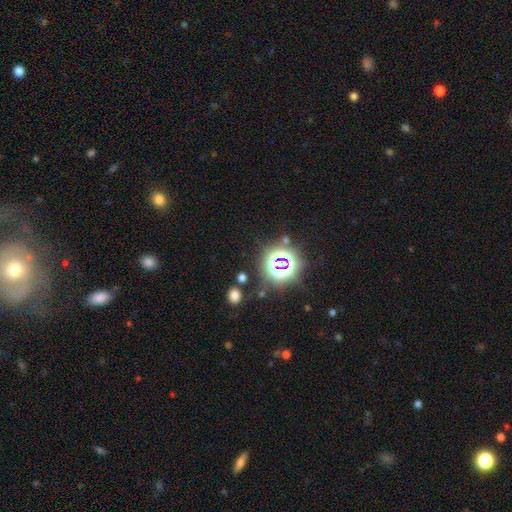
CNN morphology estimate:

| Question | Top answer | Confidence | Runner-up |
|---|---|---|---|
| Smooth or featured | star or artifact | 71% | smooth (16%) |